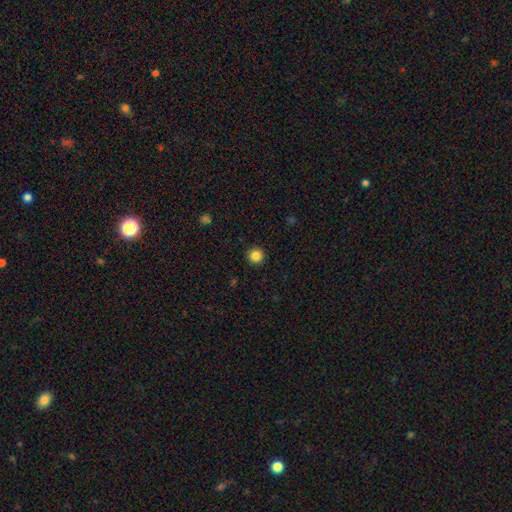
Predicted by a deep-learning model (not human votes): smooth-or-featured: smooth: 85% | star or artifact: 11% | featured or disk: 4%
  how-rounded: round: 96% | in between: 3% | cigar-shaped: 1%
  merging: none: 93% | minor disturbance: 4% | major disturbance: 2% | merger: 1%